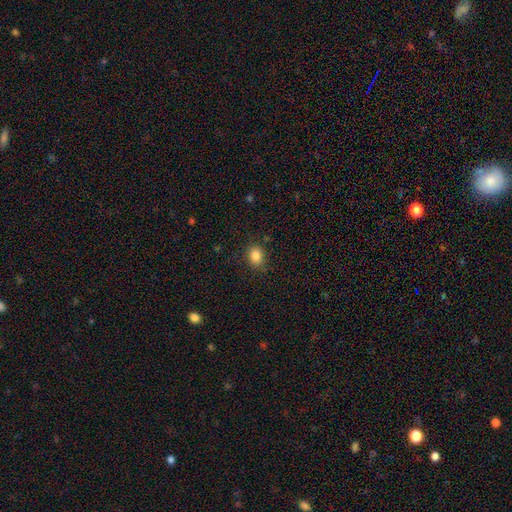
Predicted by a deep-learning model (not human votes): Overall: smooth (85%). How rounded: round (57%; in between 42%). Merging: none (84%).